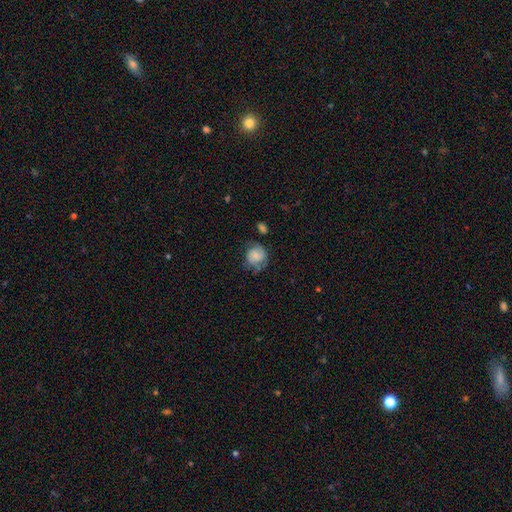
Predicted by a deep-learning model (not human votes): Smooth or featured: smooth — 49% (featured or disk — 43%)
Merging: none — 56% (minor disturbance — 27%)